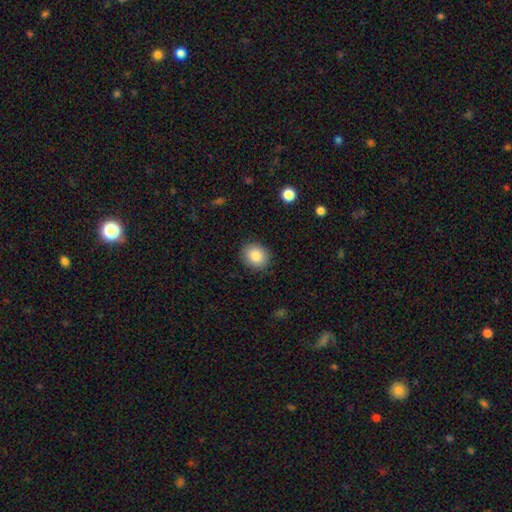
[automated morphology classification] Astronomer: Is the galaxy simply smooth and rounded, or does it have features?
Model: smooth — 86%.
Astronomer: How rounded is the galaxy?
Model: round — 63%.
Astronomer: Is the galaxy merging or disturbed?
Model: none — 88%.